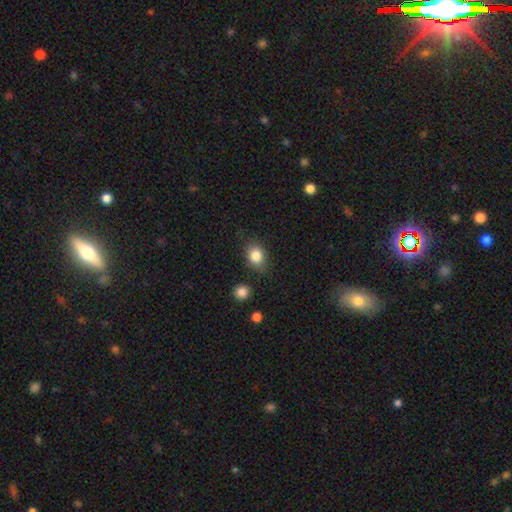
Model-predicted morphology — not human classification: Smooth or featured? smooth (84%)
How rounded? in between (53%)
Merging? none (78%)